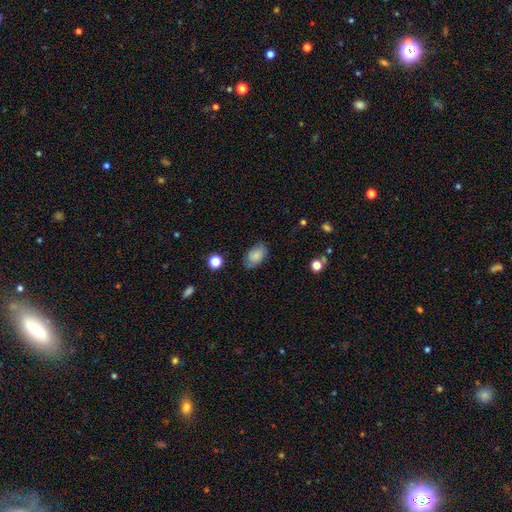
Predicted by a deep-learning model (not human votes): Smooth or featured?
  - smooth: 79% *
  - featured or disk: 12%
  - star or artifact: 9%
How rounded?
  - in between: 88% *
  - round: 10%
  - cigar-shaped: 1%
Merging?
  - none: 75% *
  - minor disturbance: 19%
  - major disturbance: 5%
  - merger: 1%